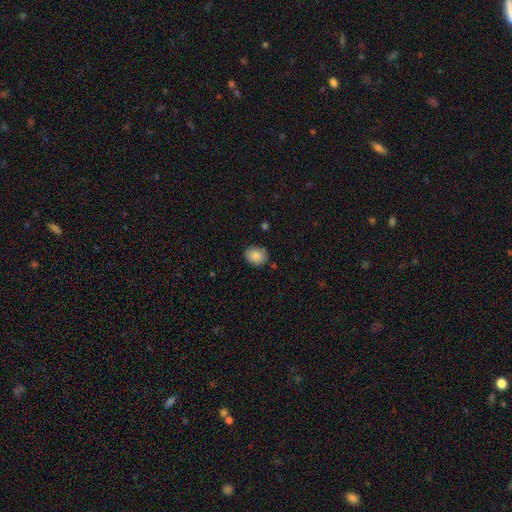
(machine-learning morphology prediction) smooth 86%, star or artifact 8%, featured or disk 6%. Down the decision tree: how rounded — in between (56%); merging — none (81%).